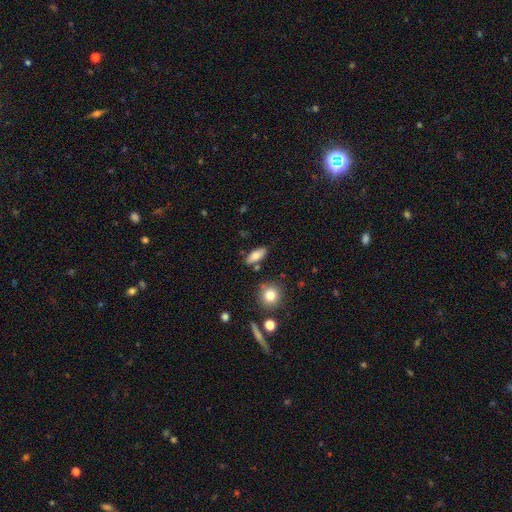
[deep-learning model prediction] Overall: smooth (76%). How rounded: in between (74%). Merging: none (78%).